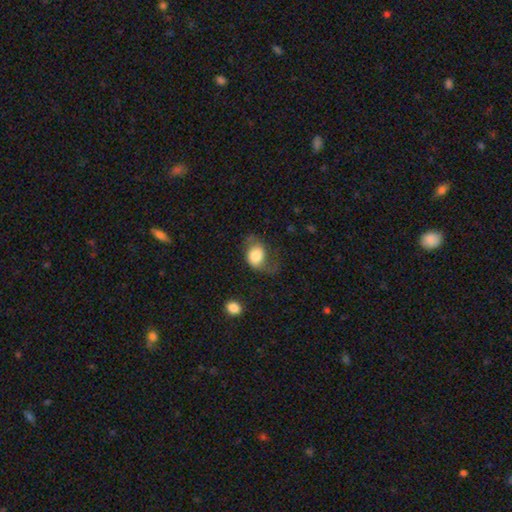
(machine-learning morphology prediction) type=smooth (70%); roundness=in between (62%); merging=none (35%).